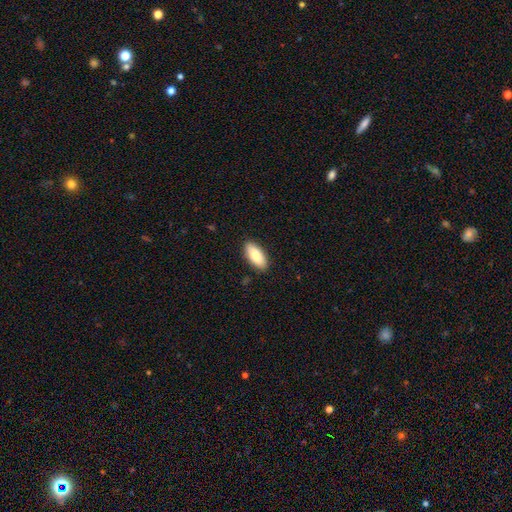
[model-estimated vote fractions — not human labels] The model was most divided on "smooth or featured": smooth: 82%, featured or disk: 12%, star or artifact: 6%. More confident: merging — none (88%); how rounded — in between (87%).